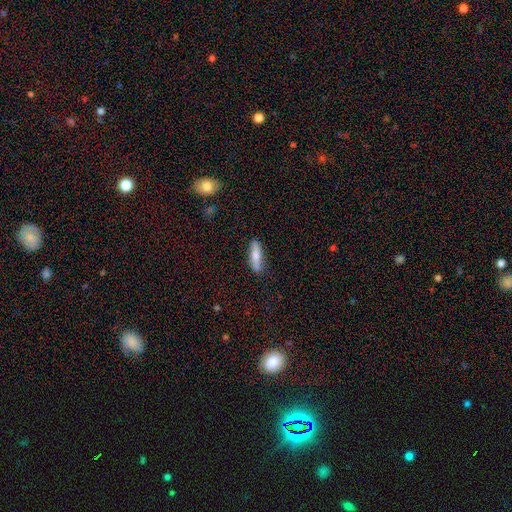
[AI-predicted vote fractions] Smooth or featured? Predicted: smooth (p=0.68). How rounded? Predicted: cigar-shaped (p=0.66). Merging? Predicted: none (p=0.84).